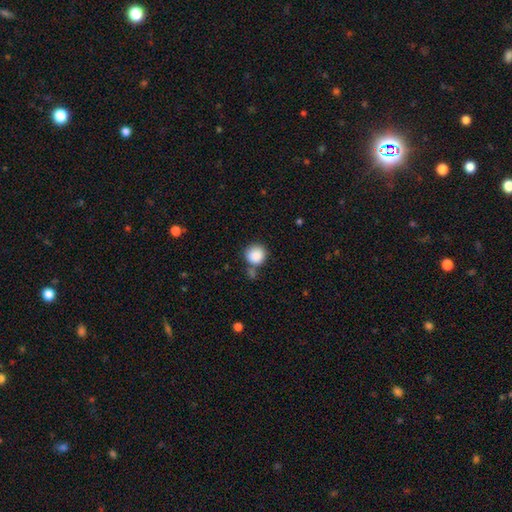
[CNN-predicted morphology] Overall: smooth (88%). How rounded: round (92%). Merging: none (70%).